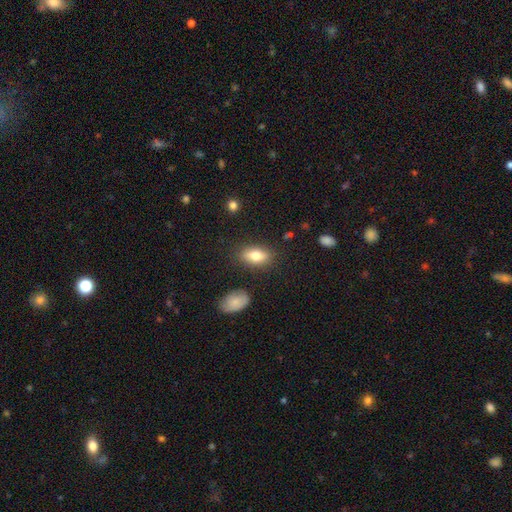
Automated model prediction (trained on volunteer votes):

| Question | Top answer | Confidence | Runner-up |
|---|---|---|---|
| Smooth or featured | smooth | 76% | featured or disk (16%) |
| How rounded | in between | 87% | cigar-shaped (7%) |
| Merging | none | 84% | minor disturbance (11%) |